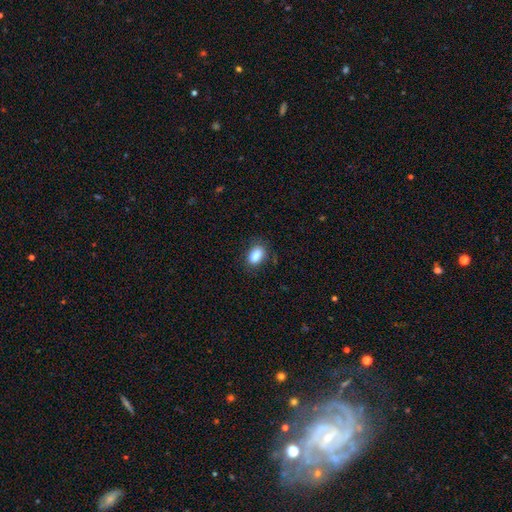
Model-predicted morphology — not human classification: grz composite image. It shows a smooth galaxy with no disk features (86%) that is in between round and cigar-shaped (85%). Merging: none (82%).